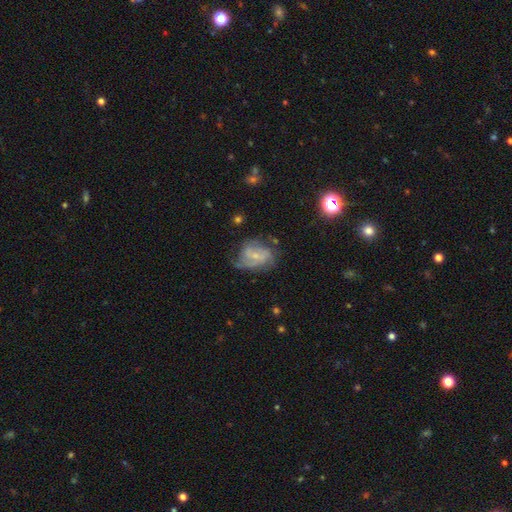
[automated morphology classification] Smooth or featured? featured or disk (73%)
Edge-on disk? no (97%)
Bar? weak (47%)
Spiral arms? yes (87%)
Spiral winding? medium (43%)
Spiral arm count? 2 (40%)
Bulge size? small (67%)
Merging? none (49%)